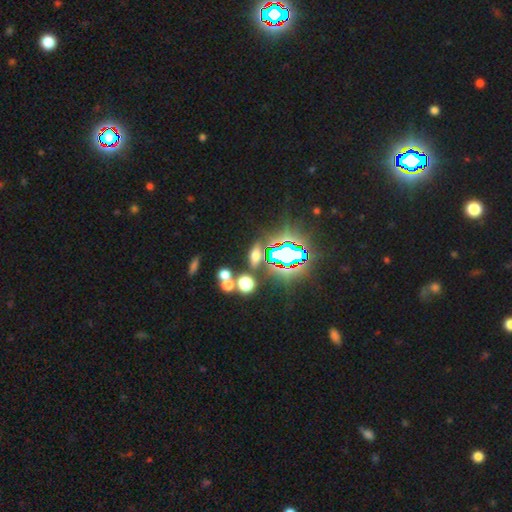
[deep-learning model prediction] Overall: smooth (45%; star or artifact 42%). Merging: none (73%).